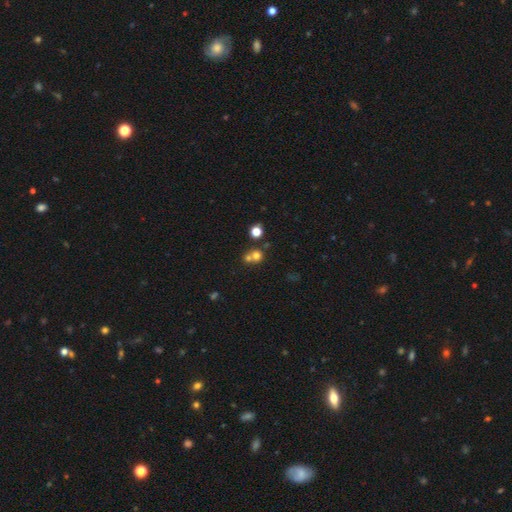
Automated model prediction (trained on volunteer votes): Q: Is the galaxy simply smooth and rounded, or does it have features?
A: smooth — 68%.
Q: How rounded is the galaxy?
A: round — 84%.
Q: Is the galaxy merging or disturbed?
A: merger — 49%.